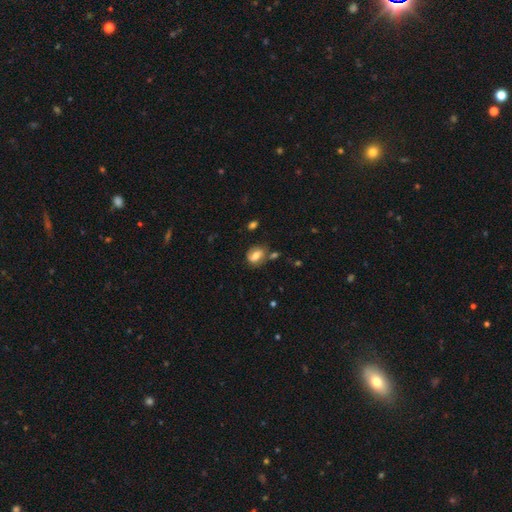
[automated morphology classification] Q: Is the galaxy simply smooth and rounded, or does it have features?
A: smooth — 62%.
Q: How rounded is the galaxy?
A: in between — 65%.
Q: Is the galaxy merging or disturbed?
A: none — 58%.